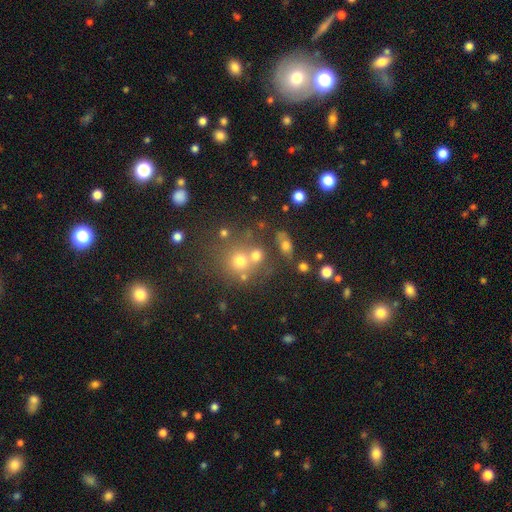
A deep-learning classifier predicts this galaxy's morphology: smooth_or_featured: smooth (p=0.68) [alt: star or artifact p=0.18]
how_rounded: round (p=0.79) [alt: in between p=0.20]
merging: none (p=0.54) [alt: merger p=0.30]